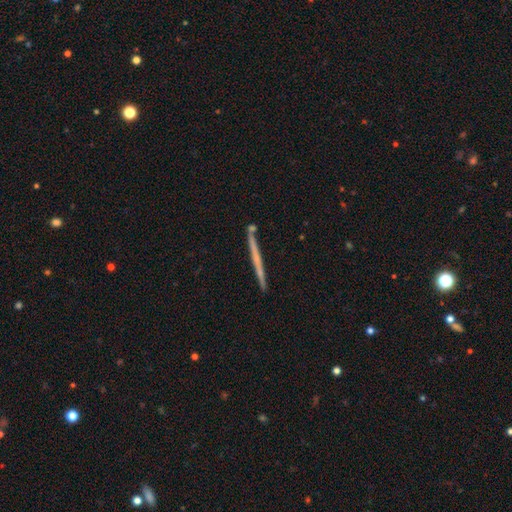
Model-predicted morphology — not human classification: smooth_or_featured: featured or disk (p=0.54) [alt: smooth p=0.40]
disk_edge_on: yes (p=0.97) [alt: no p=0.03]
edge_on_bulge: none (p=0.86) [alt: rounded p=0.10]
merging: none (p=0.87) [alt: minor disturbance p=0.07]